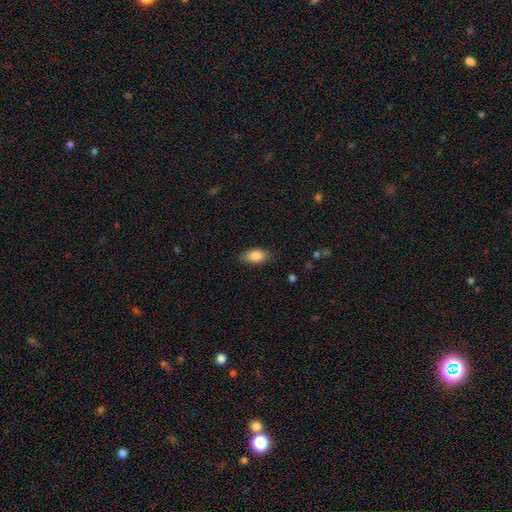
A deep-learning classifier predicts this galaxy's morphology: Smooth or featured? Predicted: smooth (p=0.85). How rounded? Predicted: in between (p=0.90). Merging? Predicted: none (p=0.82).